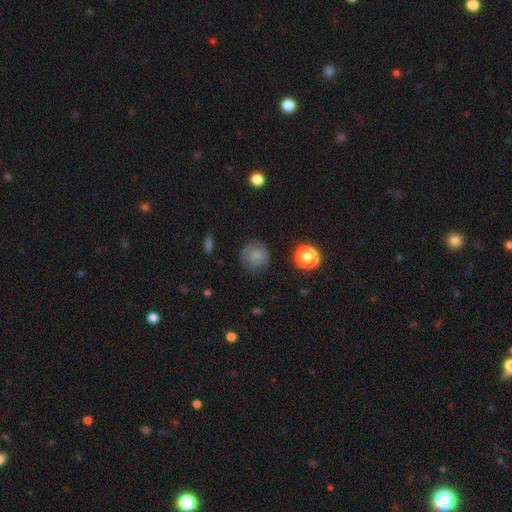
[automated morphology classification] The model was most divided on "smooth or featured": smooth: 66%, featured or disk: 22%, star or artifact: 12%. More confident: how rounded — round (89%); merging — none (75%).